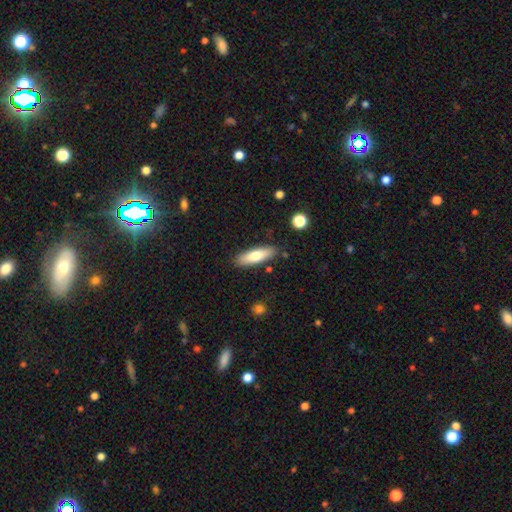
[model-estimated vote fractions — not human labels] Smooth or featured?
  - smooth: 70% *
  - featured or disk: 24%
  - star or artifact: 6%
How rounded?
  - cigar-shaped: 55% *
  - in between: 43%
  - round: 2%
Merging?
  - none: 85% *
  - minor disturbance: 10%
  - merger: 2%
  - major disturbance: 2%